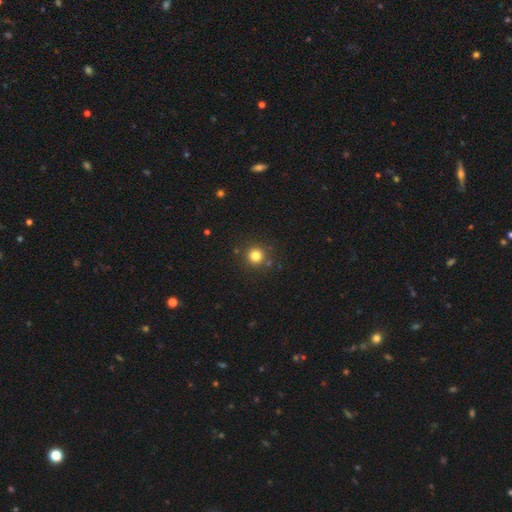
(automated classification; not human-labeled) smooth_or_featured: smooth (p=0.81) [alt: star or artifact p=0.14]
how_rounded: round (p=0.94) [alt: in between p=0.05]
merging: none (p=0.86) [alt: minor disturbance p=0.07]